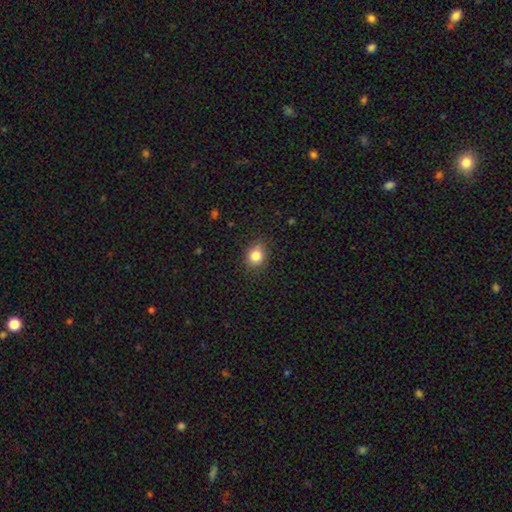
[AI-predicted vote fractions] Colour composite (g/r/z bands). It shows a smooth galaxy with no disk features (83%) that is round (71%). Merging: none (83%).